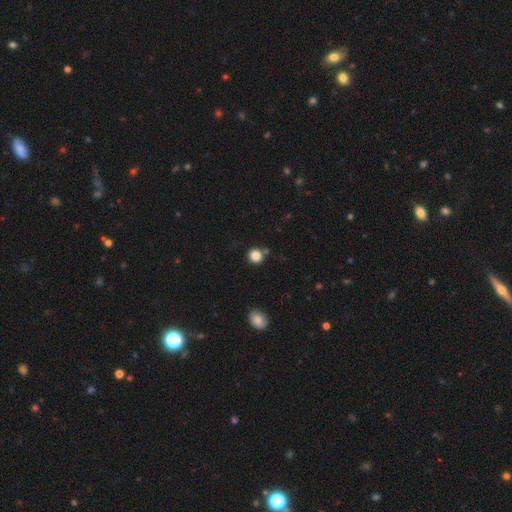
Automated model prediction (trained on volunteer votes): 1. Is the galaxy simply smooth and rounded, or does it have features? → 85% smooth, 11% star or artifact, 4% featured or disk.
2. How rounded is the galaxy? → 93% round, 6% in between, 1% cigar-shaped.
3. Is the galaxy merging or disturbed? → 82% none, 8% minor disturbance, 7% merger, 3% major disturbance.